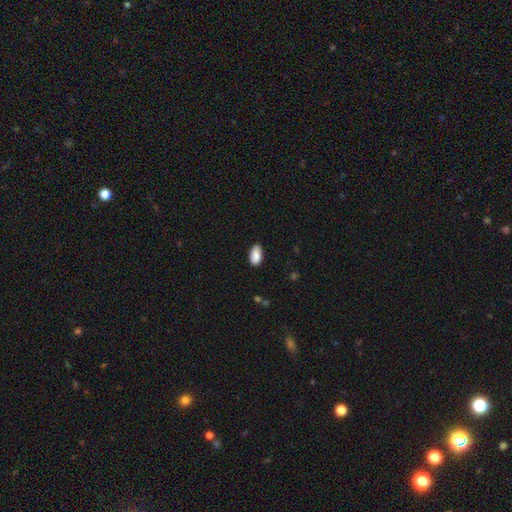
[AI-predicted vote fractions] Smooth or featured? Predicted: smooth (p=0.89). How rounded? Predicted: in between (p=0.94). Merging? Predicted: none (p=0.78).